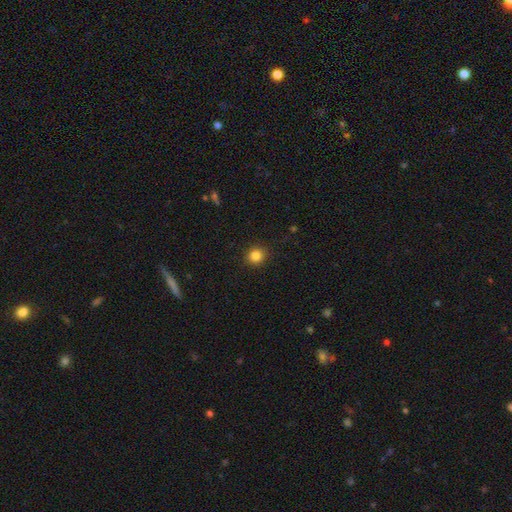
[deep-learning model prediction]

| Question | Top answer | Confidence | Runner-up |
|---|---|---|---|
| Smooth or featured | smooth | 84% | star or artifact (12%) |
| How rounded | round | 88% | in between (11%) |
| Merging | none | 91% | minor disturbance (6%) |